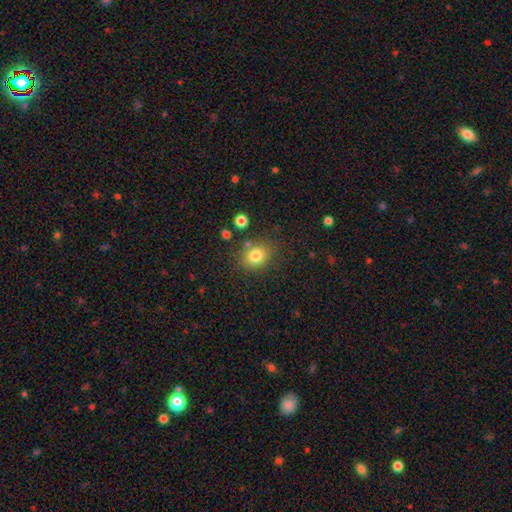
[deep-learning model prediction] A smooth galaxy with no disk features (80%) that is round (64%).

Vote fractions:
- Smooth or featured? smooth: 80% / star or artifact: 12% / featured or disk: 8%
- How rounded? round: 64% / in between: 35% / cigar-shaped: 1%
- Merging? none: 77% / minor disturbance: 12% / merger: 6% / major disturbance: 4%